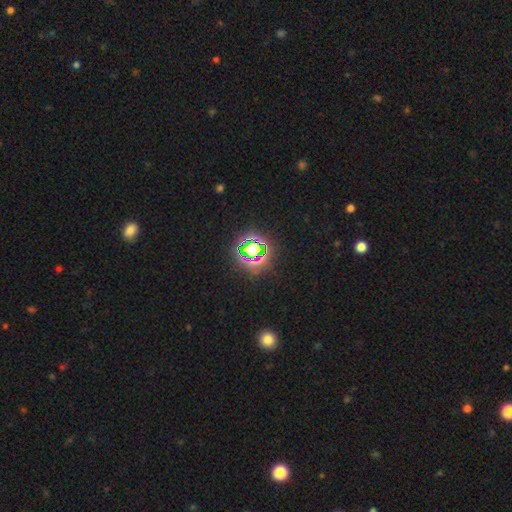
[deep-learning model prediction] smooth-or-featured: star or artifact: 70% | smooth: 19% | featured or disk: 11%